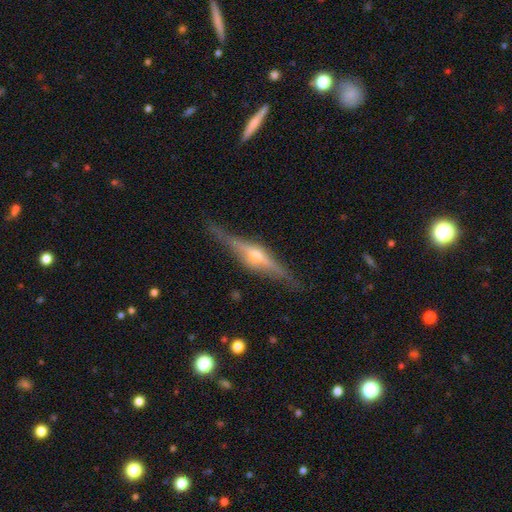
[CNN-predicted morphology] The model was most divided on "smooth or featured": featured or disk: 83%, smooth: 11%, star or artifact: 6%. More confident: edge-on disk — yes (97%); edge-on bulge — rounded (89%); merging — none (86%).